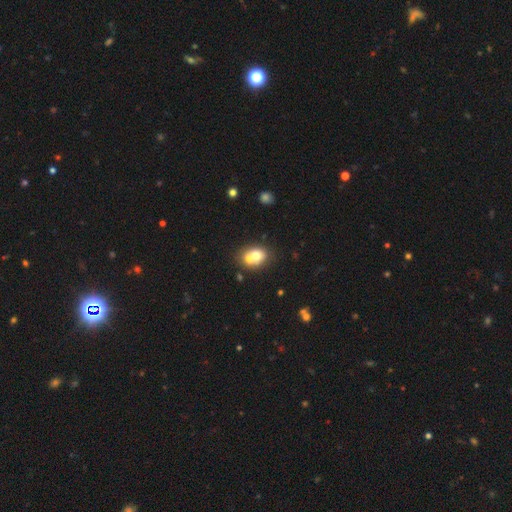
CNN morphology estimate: Smooth or featured? Predicted: smooth (p=0.67). How rounded? Predicted: round (p=0.53). Merging? Predicted: merger (p=0.53).